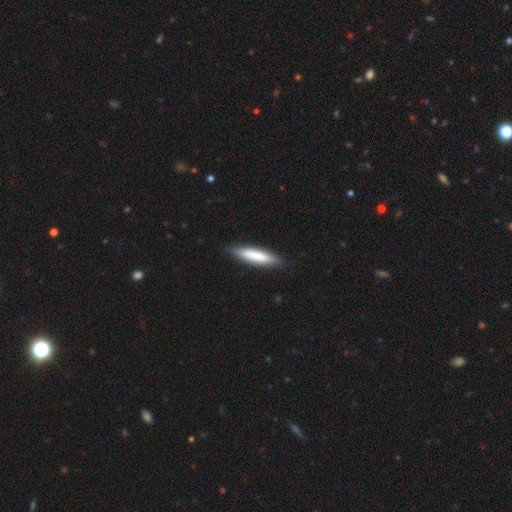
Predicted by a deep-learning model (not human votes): Q: Smooth or featured?
A: smooth (79%); runner-up: featured or disk (16%)
Q: How rounded?
A: cigar-shaped (82%); runner-up: in between (17%)
Q: Merging?
A: none (85%); runner-up: minor disturbance (12%)